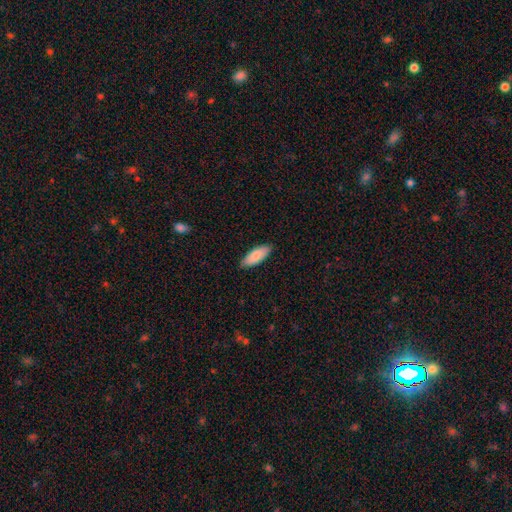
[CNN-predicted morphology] This is clearly a smooth galaxy (85%). How rounded: likely in between (77%). Merging: clearly none (87%).